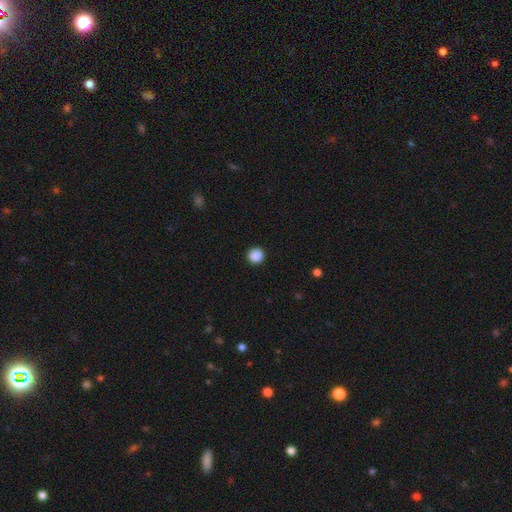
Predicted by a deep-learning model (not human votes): Smooth or featured: smooth — 88% (star or artifact — 9%)
How rounded: round — 95% (in between — 4%)
Merging: none — 92% (minor disturbance — 5%)